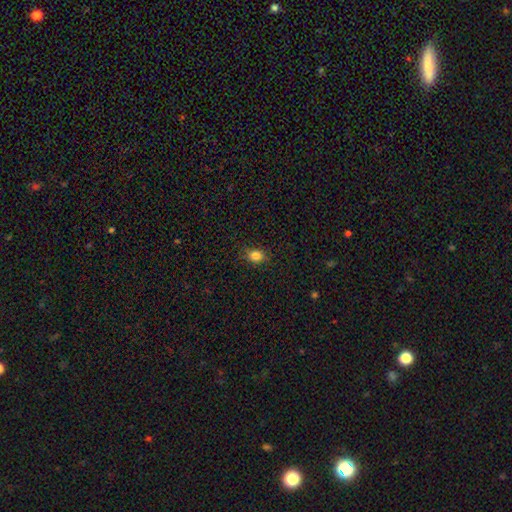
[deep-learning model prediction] smooth_or_featured: smooth (p=0.84) [alt: star or artifact p=0.12]
how_rounded: round (p=0.51) [alt: in between p=0.48]
merging: none (p=0.85) [alt: minor disturbance p=0.11]